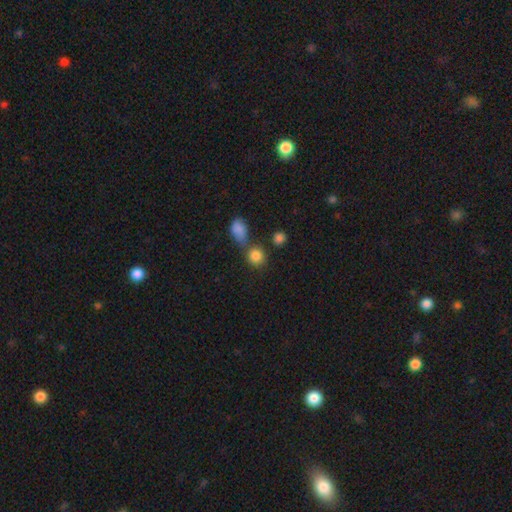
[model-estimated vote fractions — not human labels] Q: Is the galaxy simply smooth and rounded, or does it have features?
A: smooth — 84%.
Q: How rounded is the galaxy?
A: round — 85%.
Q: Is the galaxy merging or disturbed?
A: none — 56%.